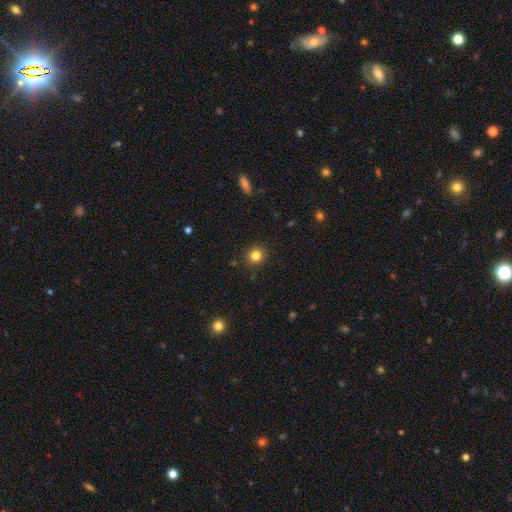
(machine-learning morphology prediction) smooth-or-featured: smooth: 82% | star or artifact: 12% | featured or disk: 5%
  how-rounded: round: 89% | in between: 10% | cigar-shaped: 1%
  merging: none: 90% | minor disturbance: 7% | major disturbance: 2% | merger: 1%